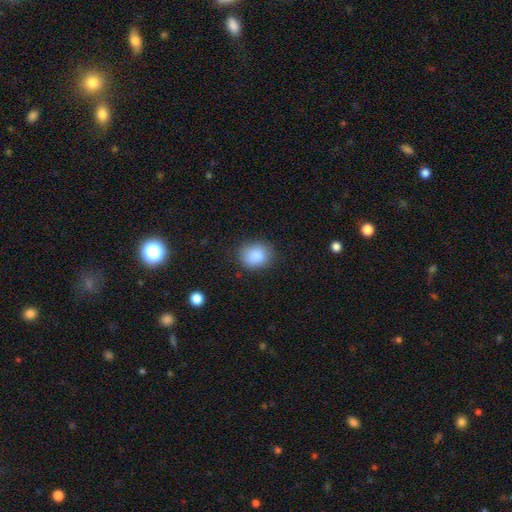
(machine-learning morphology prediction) A smooth galaxy with no disk features (88%) that is round (63%).

Vote fractions:
- Smooth or featured? smooth: 88% / star or artifact: 8% / featured or disk: 4%
- How rounded? round: 63% / in between: 36% / cigar-shaped: 1%
- Merging? none: 83% / minor disturbance: 13% / major disturbance: 3% / merger: 1%